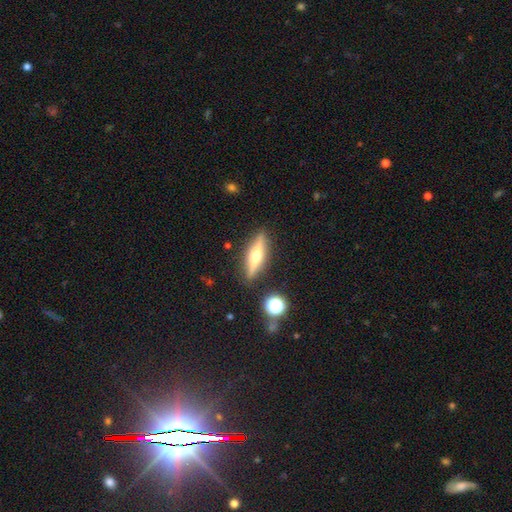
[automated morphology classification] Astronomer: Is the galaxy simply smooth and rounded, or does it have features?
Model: featured or disk — 64%.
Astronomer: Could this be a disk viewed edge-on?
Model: yes — 94%.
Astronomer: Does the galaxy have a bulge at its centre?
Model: rounded — 94%.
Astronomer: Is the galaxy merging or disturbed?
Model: none — 87%.